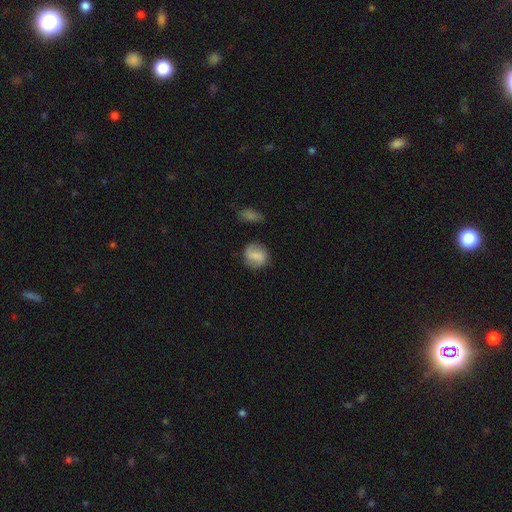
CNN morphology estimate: Smooth or featured: smooth — 64% (featured or disk — 28%)
How rounded: round — 70% (in between — 28%)
Merging: none — 74% (minor disturbance — 18%)